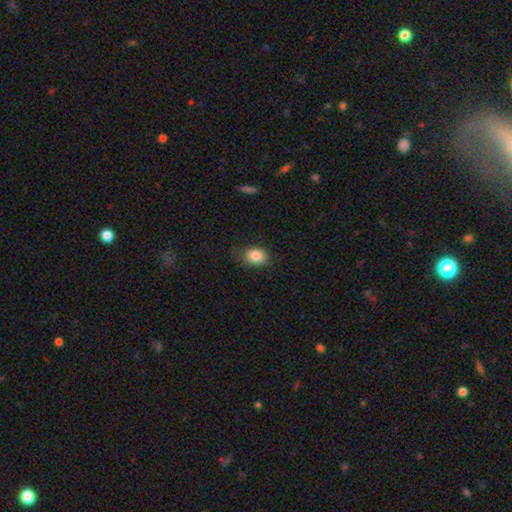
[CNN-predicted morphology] Smooth or featured? Predicted: smooth (p=0.85). How rounded? Predicted: in between (p=0.65). Merging? Predicted: none (p=0.78).